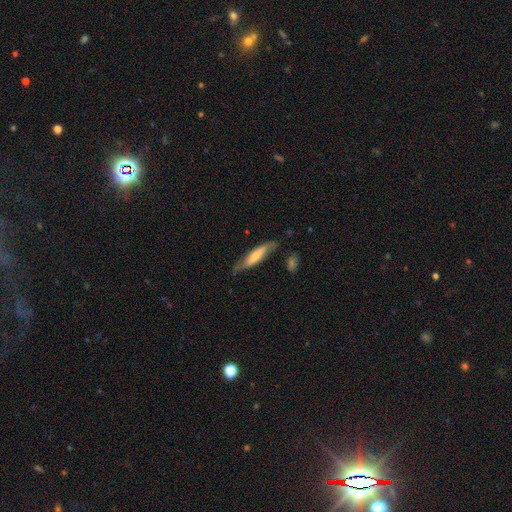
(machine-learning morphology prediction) smooth-or-featured: smooth: 54% | featured or disk: 40% | star or artifact: 6%
  how-rounded: cigar-shaped: 79% | in between: 20% | round: 2%
  merging: none: 66% | minor disturbance: 25% | major disturbance: 6% | merger: 3%